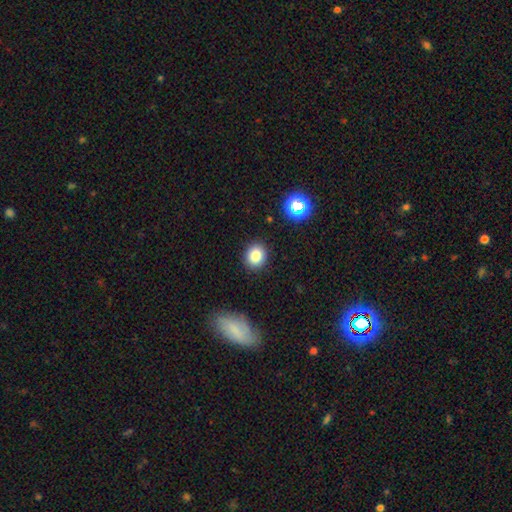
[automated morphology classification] Smooth or featured? smooth (83%)
How rounded? round (71%)
Merging? none (89%)